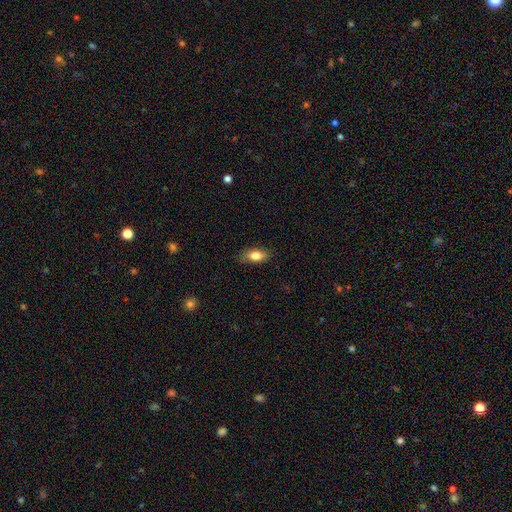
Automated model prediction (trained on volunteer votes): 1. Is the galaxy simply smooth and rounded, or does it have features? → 79% smooth, 13% featured or disk, 7% star or artifact.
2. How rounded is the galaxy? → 85% in between, 10% cigar-shaped, 6% round.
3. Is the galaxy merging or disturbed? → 82% none, 14% minor disturbance, 3% major disturbance, 1% merger.